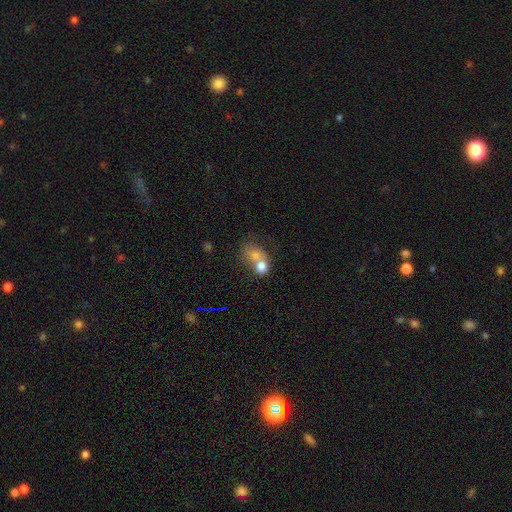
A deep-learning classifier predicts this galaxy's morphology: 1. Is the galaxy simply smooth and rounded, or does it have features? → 68% smooth, 20% featured or disk, 12% star or artifact.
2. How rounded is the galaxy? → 52% round, 47% in between, 1% cigar-shaped.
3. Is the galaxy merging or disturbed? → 66% merger, 20% none, 8% minor disturbance, 7% major disturbance.